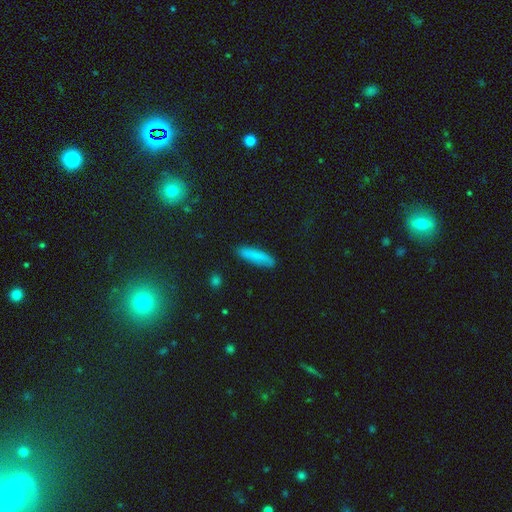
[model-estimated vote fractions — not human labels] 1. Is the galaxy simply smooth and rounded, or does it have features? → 81% smooth, 11% featured or disk, 8% star or artifact.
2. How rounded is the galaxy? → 73% cigar-shaped, 25% in between, 2% round.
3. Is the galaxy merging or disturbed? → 84% none, 12% minor disturbance, 3% major disturbance, 2% merger.